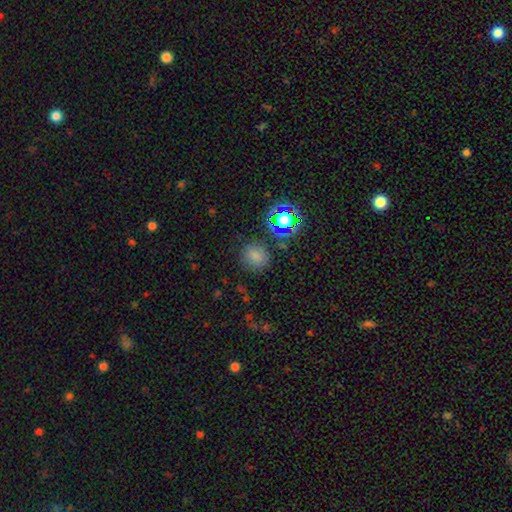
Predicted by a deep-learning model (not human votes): Smooth or featured? Predicted: smooth (p=0.72). How rounded? Predicted: round (p=0.84). Merging? Predicted: none (p=0.81).